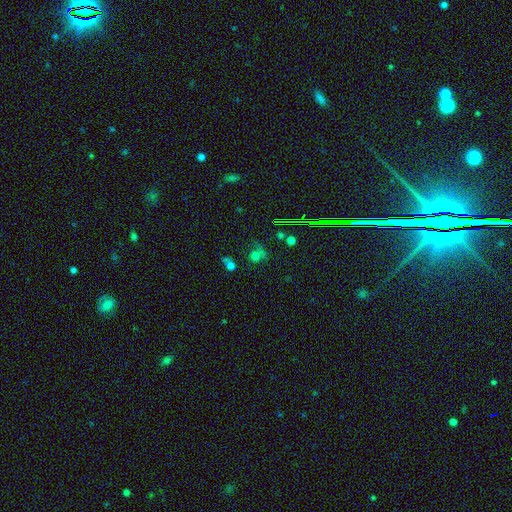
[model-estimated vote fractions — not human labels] Overall: smooth (58%; star or artifact 29%). How rounded: round (79%). Merging: none (49%; merger 19%).